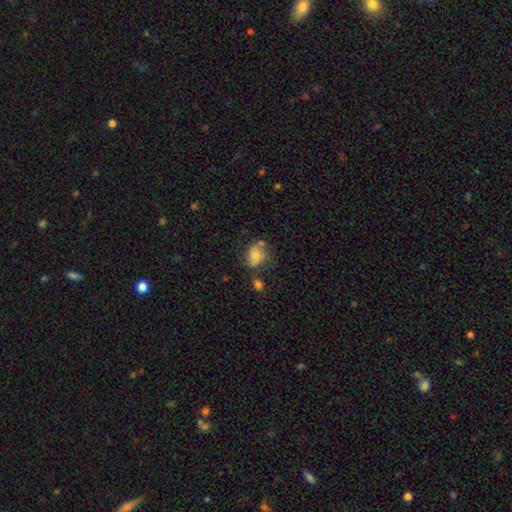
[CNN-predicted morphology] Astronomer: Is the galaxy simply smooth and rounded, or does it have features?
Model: smooth — 70%.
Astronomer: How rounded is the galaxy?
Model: in between — 58% (runner-up: round, 41%).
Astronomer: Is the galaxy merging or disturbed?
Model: none — 45% (runner-up: minor disturbance, 27%).